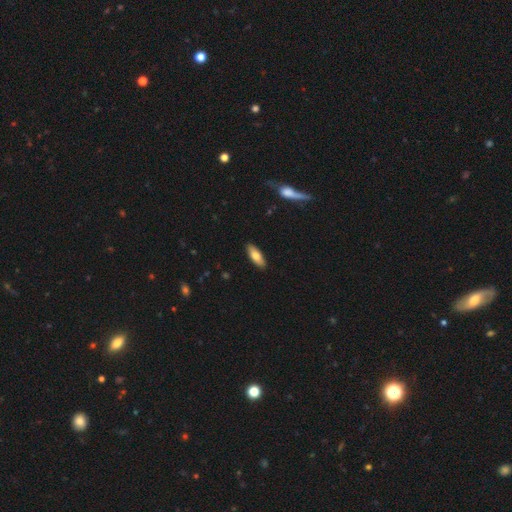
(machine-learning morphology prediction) smooth-or-featured: smooth: 74% | featured or disk: 20% | star or artifact: 6%
  how-rounded: in between: 67% | cigar-shaped: 31% | round: 2%
  merging: none: 89% | minor disturbance: 8% | major disturbance: 2% | merger: 1%